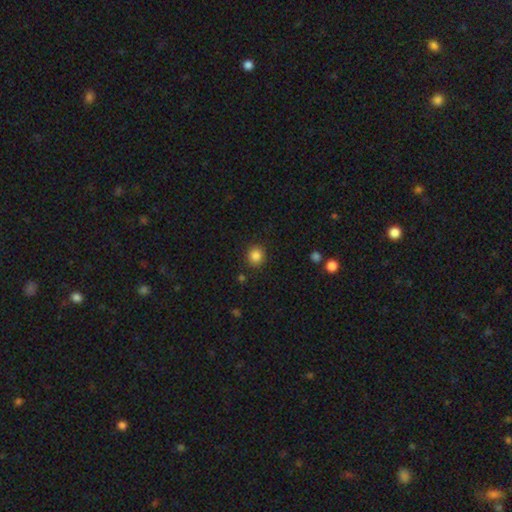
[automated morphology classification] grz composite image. It shows a smooth galaxy with no disk features (86%) that is round (84%). Merging: none (88%).